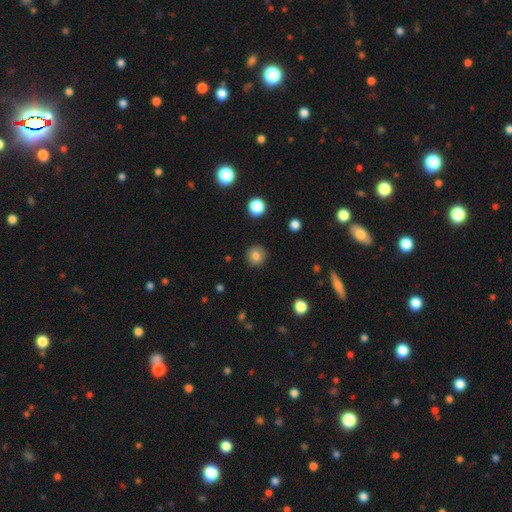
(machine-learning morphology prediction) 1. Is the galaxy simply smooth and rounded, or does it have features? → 81% smooth, 10% star or artifact, 9% featured or disk.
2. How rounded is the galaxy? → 93% round, 6% in between, 1% cigar-shaped.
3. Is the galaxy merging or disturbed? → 90% none, 6% minor disturbance, 2% major disturbance, 1% merger.